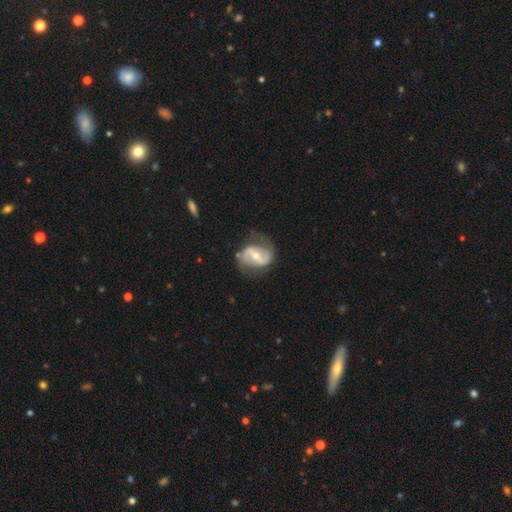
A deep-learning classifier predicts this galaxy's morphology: Smooth or featured? featured or disk (80%)
Edge-on disk? no (97%)
Bar? weak (42%)
Spiral arms? yes (86%)
Spiral winding? medium (46%)
Spiral arm count? 2 (86%)
Bulge size? moderate (63%)
Merging? none (64%)